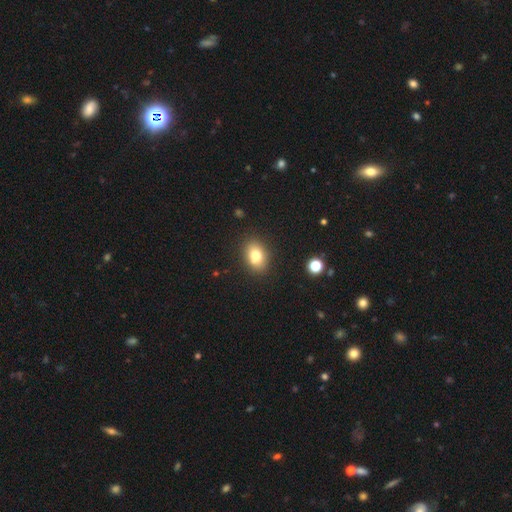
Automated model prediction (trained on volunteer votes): smooth 78%, featured or disk 11%, star or artifact 10%. Down the decision tree: how rounded — in between (76%); merging — none (83%).